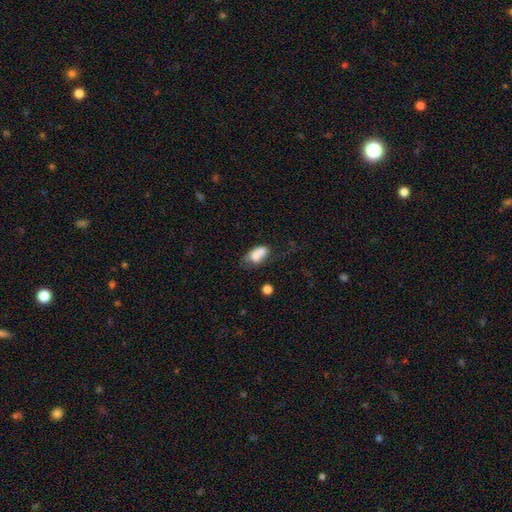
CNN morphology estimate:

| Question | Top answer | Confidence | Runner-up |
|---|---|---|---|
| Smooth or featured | smooth | 67% | featured or disk (23%) |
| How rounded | in between | 74% | round (23%) |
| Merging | merger | 53% | none (23%) |